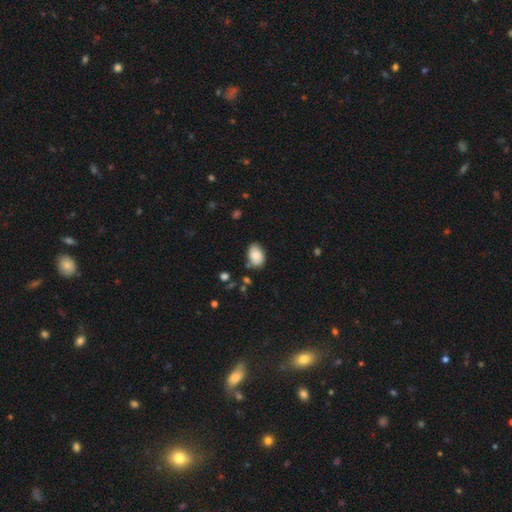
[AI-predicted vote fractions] A smooth galaxy with no disk features (81%) that is in between round and cigar-shaped (87%). Merging: none (71%).